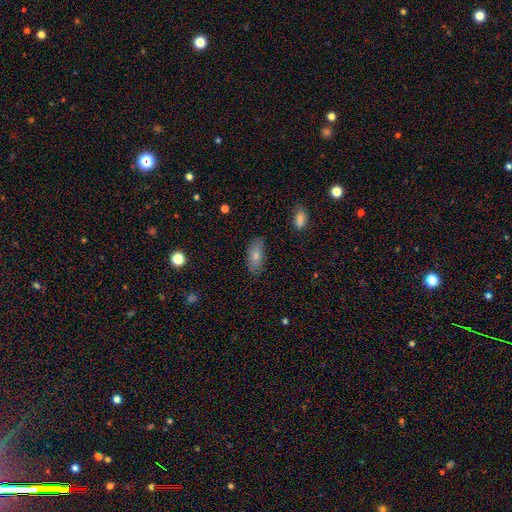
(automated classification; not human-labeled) This is likely a smooth galaxy (78%). How rounded: clearly in between (86%). Merging: likely none (79%).